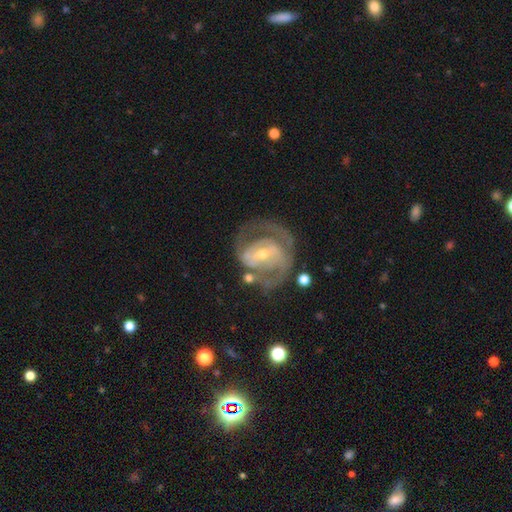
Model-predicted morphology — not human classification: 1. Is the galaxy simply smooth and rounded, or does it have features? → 83% featured or disk, 11% smooth, 6% star or artifact.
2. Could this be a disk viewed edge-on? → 97% no, 3% yes.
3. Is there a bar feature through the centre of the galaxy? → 40% weak, 35% strong, 25% no.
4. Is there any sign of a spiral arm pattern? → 81% yes, 19% no.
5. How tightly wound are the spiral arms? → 44% tight, 41% medium, 15% loose.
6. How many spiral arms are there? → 59% 2, 22% can't tell, 7% 1, 7% 3, 2% 4, 2% more than 4.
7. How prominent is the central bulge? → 63% small, 32% moderate, 2% large, 2% none, 1% dominant.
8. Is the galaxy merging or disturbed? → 53% none, 23% major disturbance, 19% minor disturbance, 6% merger.